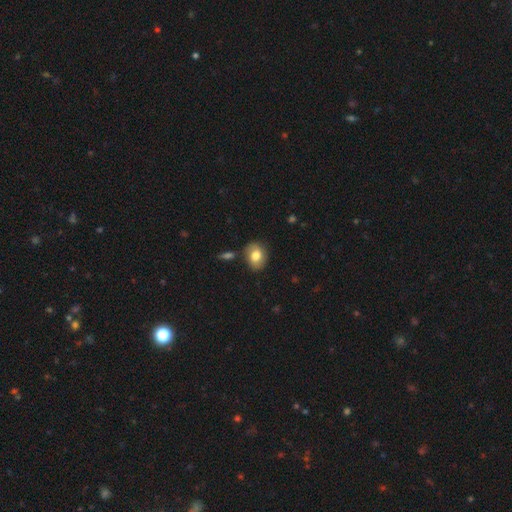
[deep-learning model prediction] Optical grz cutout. It shows a smooth galaxy with no disk features (71%) that is in between round and cigar-shaped (57%). Merging: none (76%).